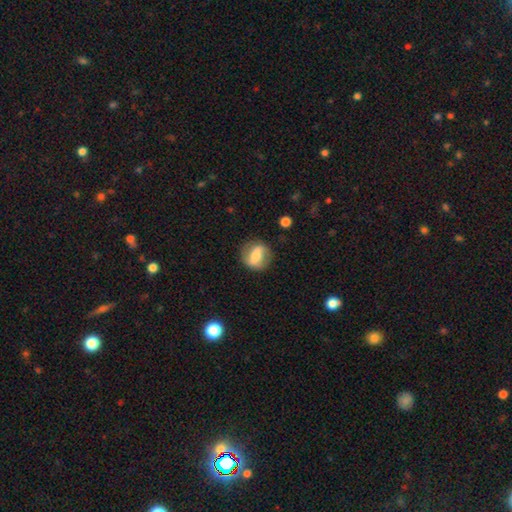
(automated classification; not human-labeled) Morphology: type=smooth (52%); roundness=round (59%); merging=none (78%).